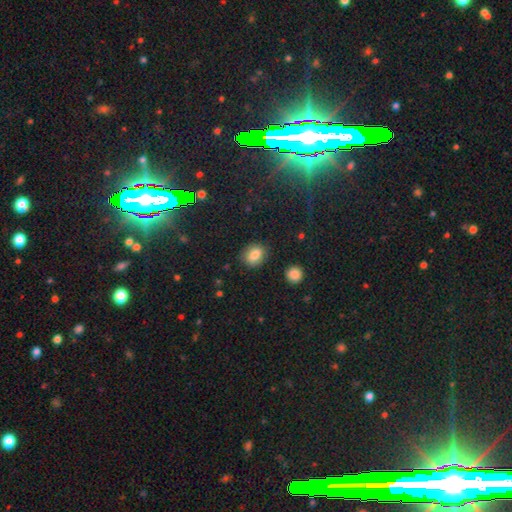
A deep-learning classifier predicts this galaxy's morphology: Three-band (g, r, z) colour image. It shows a smooth galaxy with no disk features (79%) that is in between round and cigar-shaped (59%). Merging: none (85%).